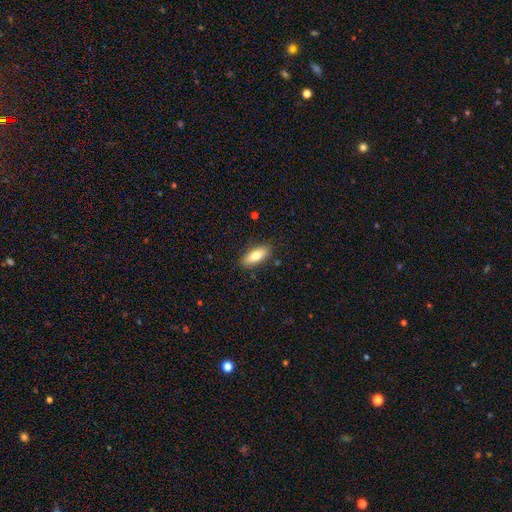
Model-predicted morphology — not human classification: smooth_or_featured: smooth (p=0.77) [alt: featured or disk p=0.17]
how_rounded: in between (p=0.74) [alt: cigar-shaped p=0.23]
merging: none (p=0.86) [alt: minor disturbance p=0.10]